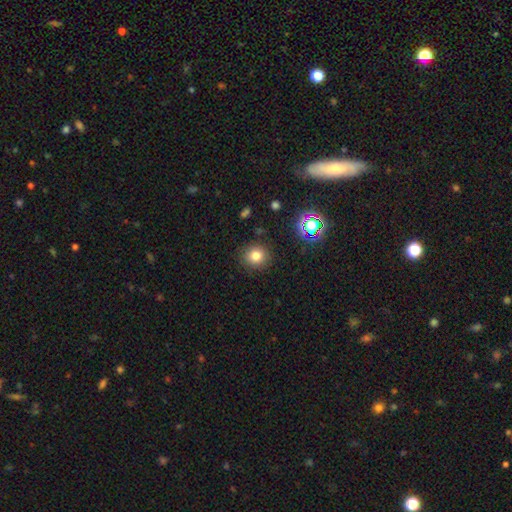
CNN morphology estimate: smooth 78%, star or artifact 14%, featured or disk 7%. Down the decision tree: how rounded — round (87%); merging — none (89%).